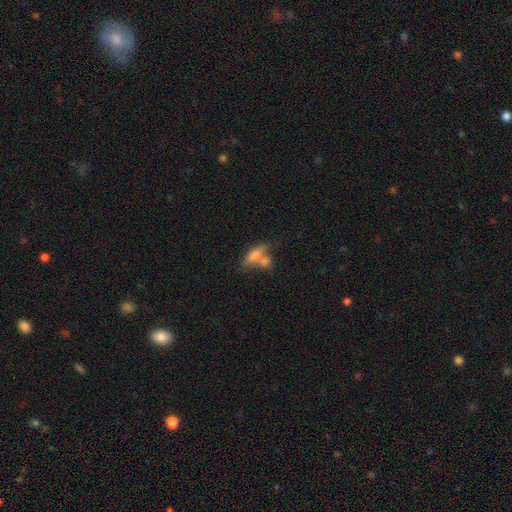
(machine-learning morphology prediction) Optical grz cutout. It shows a smooth galaxy with no disk features (64%) that is in between round and cigar-shaped (70%). Merging: merger (51%).